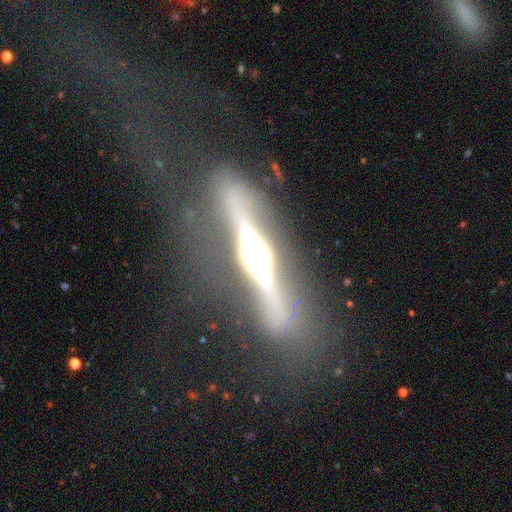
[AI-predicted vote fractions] Q: Smooth or featured?
A: featured or disk (83%); runner-up: smooth (11%)
Q: Edge-on disk?
A: yes (91%); runner-up: no (9%)
Q: Edge-on bulge?
A: rounded (90%); runner-up: boxy (7%)
Q: Merging?
A: none (64%); runner-up: major disturbance (17%)